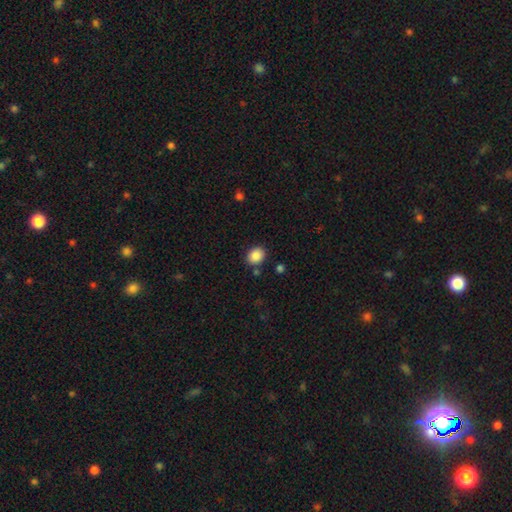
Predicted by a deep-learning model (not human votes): smooth_or_featured: smooth (p=0.88) [alt: star or artifact p=0.09]
how_rounded: round (p=0.59) [alt: in between p=0.41]
merging: none (p=0.84) [alt: minor disturbance p=0.09]